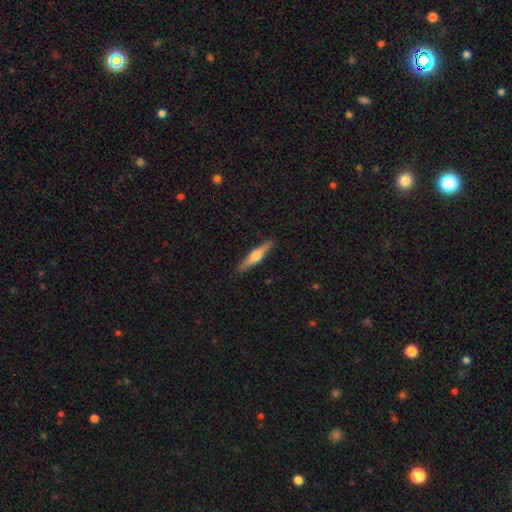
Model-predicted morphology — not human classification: smooth_or_featured: featured or disk (p=0.57) [alt: smooth p=0.37]
disk_edge_on: yes (p=0.96) [alt: no p=0.04]
edge_on_bulge: rounded (p=0.91) [alt: boxy p=0.05]
merging: none (p=0.90) [alt: minor disturbance p=0.07]